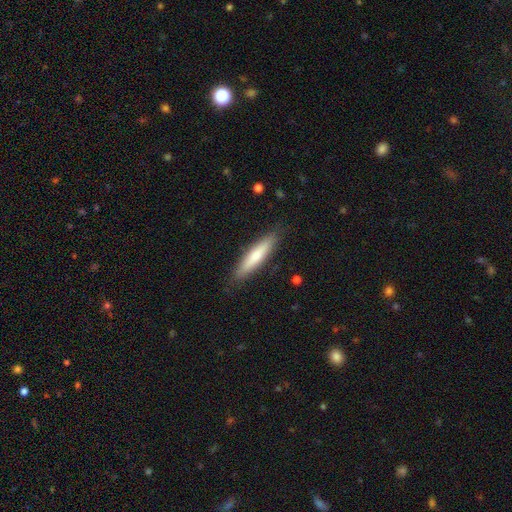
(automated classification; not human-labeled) The model was most divided on "smooth or featured": smooth: 66%, featured or disk: 28%, star or artifact: 5%. More confident: merging — none (88%); how rounded — cigar-shaped (85%).